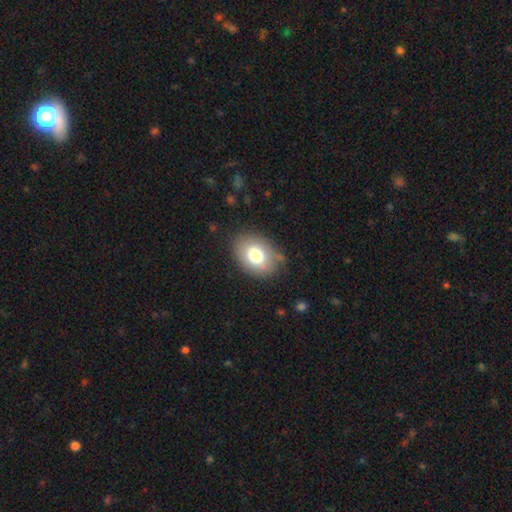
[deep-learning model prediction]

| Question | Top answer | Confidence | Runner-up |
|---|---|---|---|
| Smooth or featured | smooth | 76% | featured or disk (15%) |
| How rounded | in between | 69% | round (30%) |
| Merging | none | 79% | minor disturbance (15%) |